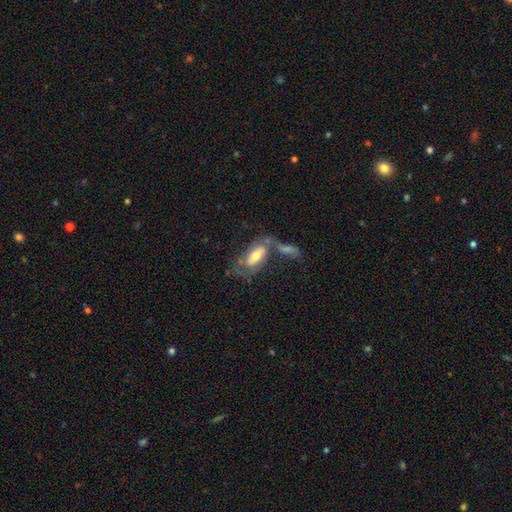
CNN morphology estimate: smooth-or-featured: smooth: 55% | featured or disk: 39% | star or artifact: 6%
  how-rounded: in between: 84% | cigar-shaped: 13% | round: 3%
  merging: merger: 36% | none: 32% | minor disturbance: 16% | major disturbance: 16%